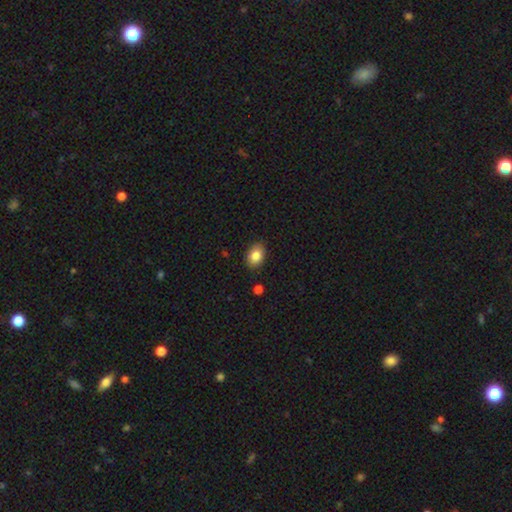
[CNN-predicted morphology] Smooth or featured?
  - smooth: 84% *
  - star or artifact: 8%
  - featured or disk: 8%
How rounded?
  - in between: 78% *
  - round: 21%
  - cigar-shaped: 1%
Merging?
  - none: 87% *
  - minor disturbance: 10%
  - major disturbance: 2%
  - merger: 2%